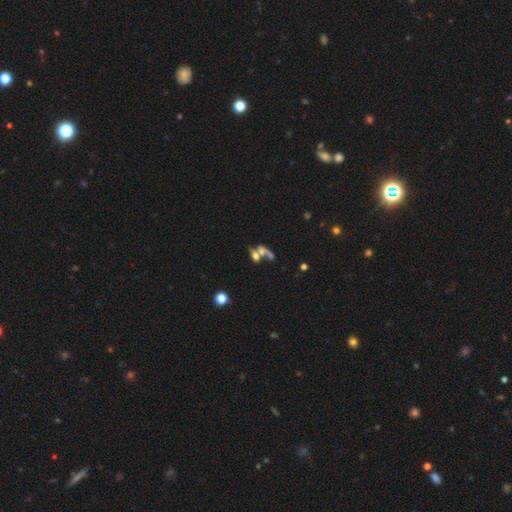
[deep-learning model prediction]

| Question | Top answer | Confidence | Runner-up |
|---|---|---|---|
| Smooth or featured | smooth | 41% | featured or disk (31%) |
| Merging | merger | 49% | none (33%) |